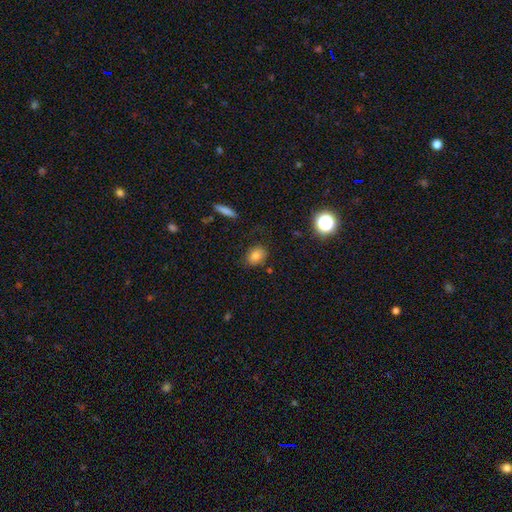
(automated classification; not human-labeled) Smooth or featured? smooth (80%)
How rounded? in between (65%)
Merging? none (79%)